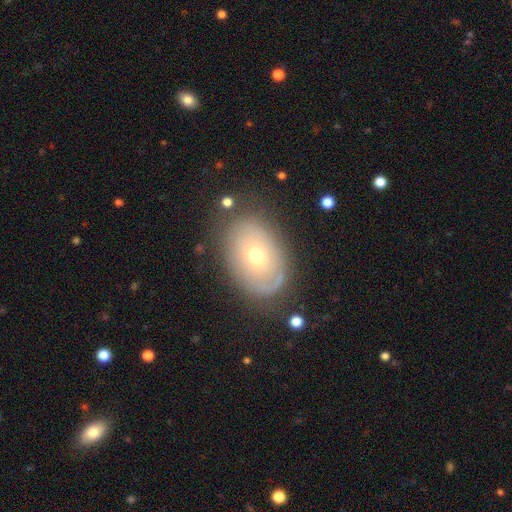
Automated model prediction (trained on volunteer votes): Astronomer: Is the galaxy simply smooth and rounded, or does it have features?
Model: smooth — 48% (runner-up: featured or disk, 43%).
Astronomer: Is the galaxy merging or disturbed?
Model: none — 77%.